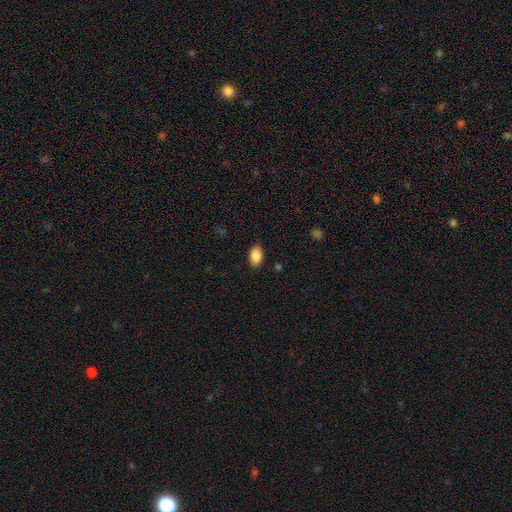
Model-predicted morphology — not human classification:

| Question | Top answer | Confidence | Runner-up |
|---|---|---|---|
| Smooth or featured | smooth | 87% | star or artifact (7%) |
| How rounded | in between | 92% | round (6%) |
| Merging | none | 87% | minor disturbance (10%) |